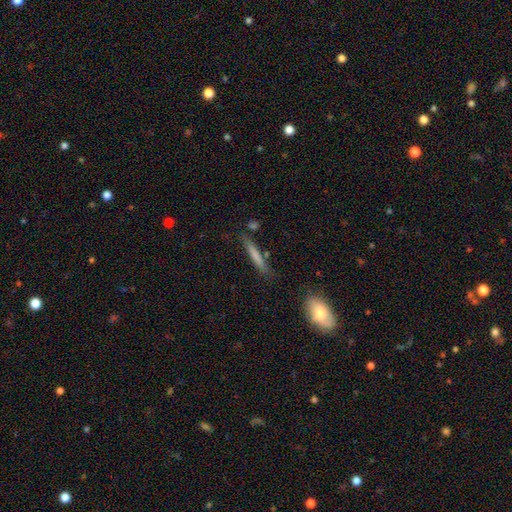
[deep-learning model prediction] Smooth or featured?
  - smooth: 68% *
  - featured or disk: 25%
  - star or artifact: 7%
How rounded?
  - cigar-shaped: 93% *
  - in between: 5%
  - round: 2%
Merging?
  - none: 79% *
  - minor disturbance: 14%
  - merger: 4%
  - major disturbance: 3%